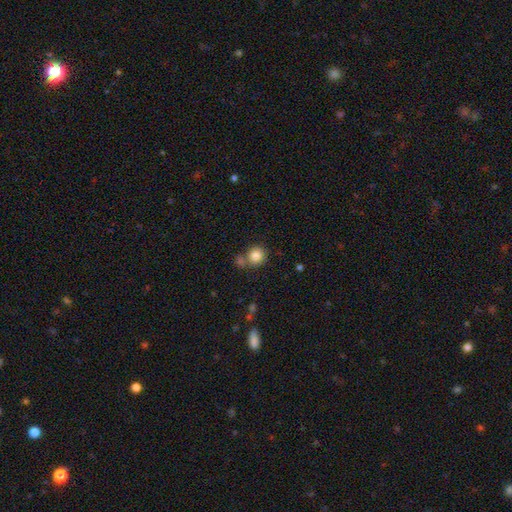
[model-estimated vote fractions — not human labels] Smooth or featured? smooth (83%)
How rounded? round (90%)
Merging? none (66%)